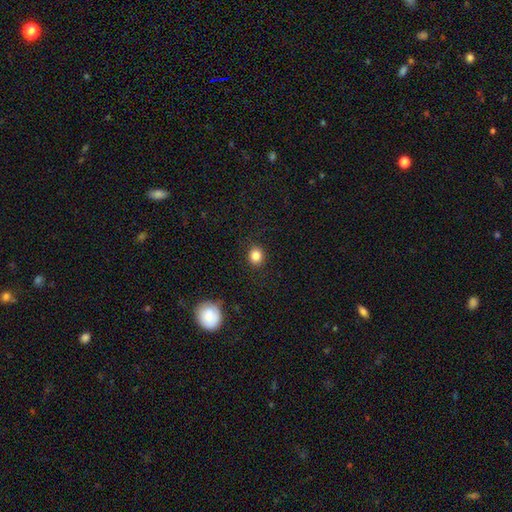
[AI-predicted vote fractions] Smooth or featured: smooth — 83% (star or artifact — 12%)
How rounded: round — 81% (in between — 18%)
Merging: none — 89% (minor disturbance — 7%)